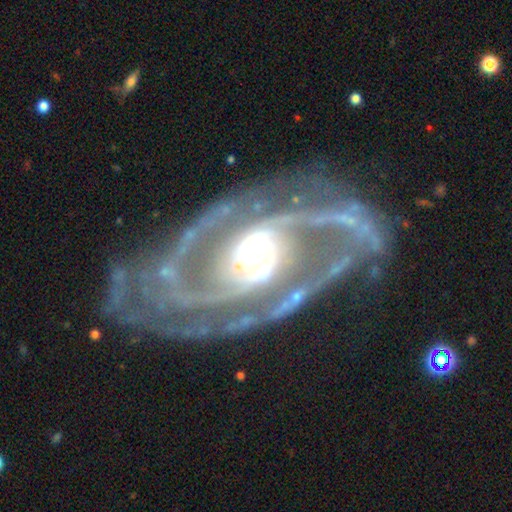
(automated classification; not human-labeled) This appears to be a featured or disk galaxy (94%) with no bar (46%), 2 (76%) medium (48%) spiral arms (99%) and a moderate central bulge (63%). Merging: none (74%).